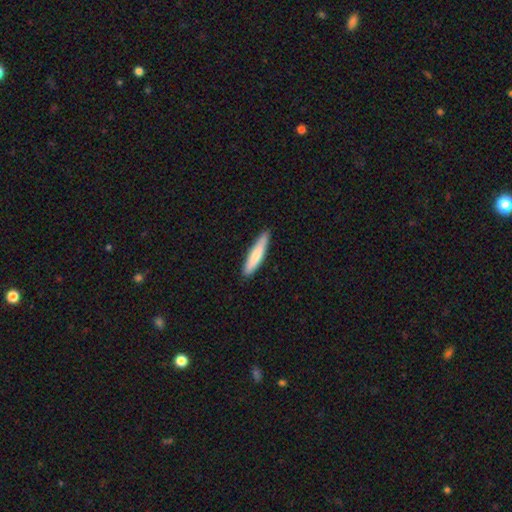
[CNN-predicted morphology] smooth_or_featured: smooth (p=0.75) [alt: featured or disk p=0.20]
how_rounded: cigar-shaped (p=0.86) [alt: in between p=0.12]
merging: none (p=0.88) [alt: minor disturbance p=0.10]